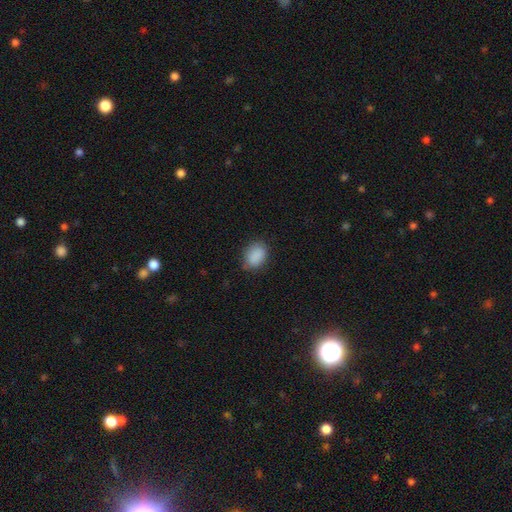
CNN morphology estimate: This appears to be a smooth galaxy with no disk features (88%) that is in between round and cigar-shaped (73%). Merging: none (79%).